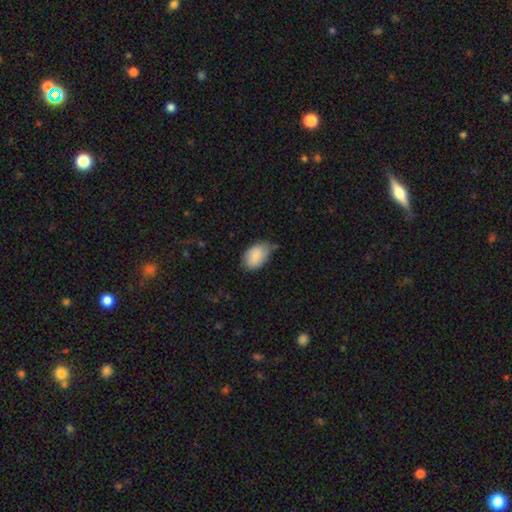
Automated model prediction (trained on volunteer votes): Overall: smooth (86%). How rounded: in between (91%). Merging: none (59%; minor disturbance 33%).